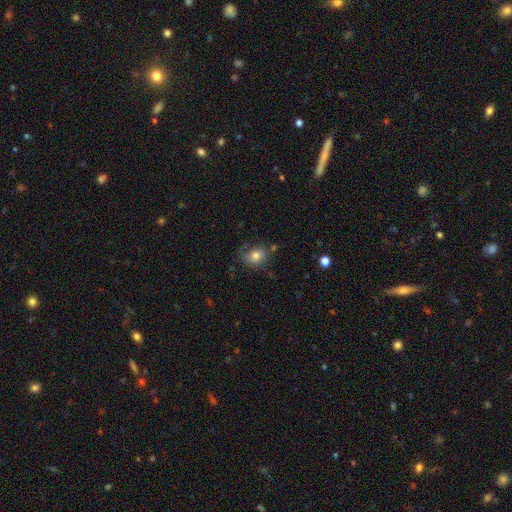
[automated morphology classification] Smooth or featured? Predicted: smooth (p=0.74). How rounded? Predicted: round (p=0.53). Merging? Predicted: none (p=0.57).